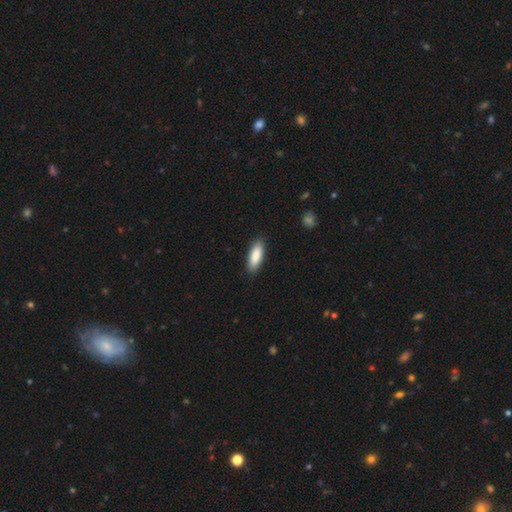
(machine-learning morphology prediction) This appears to be a smooth galaxy with no disk features (88%) that is in between round and cigar-shaped (64%). Merging: none (88%).